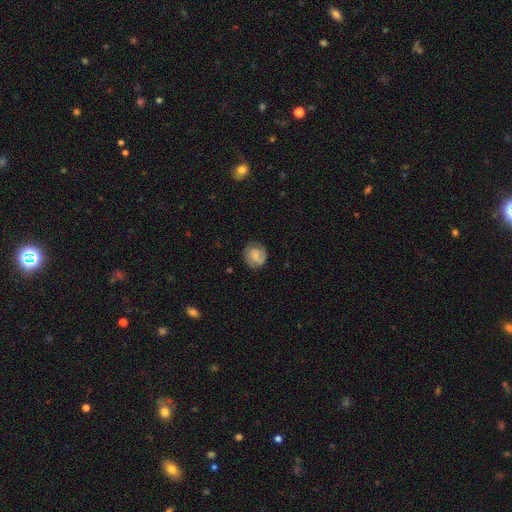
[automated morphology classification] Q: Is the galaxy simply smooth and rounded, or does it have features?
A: smooth — 51%.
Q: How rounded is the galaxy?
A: round — 76%.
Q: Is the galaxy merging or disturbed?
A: none — 75%.